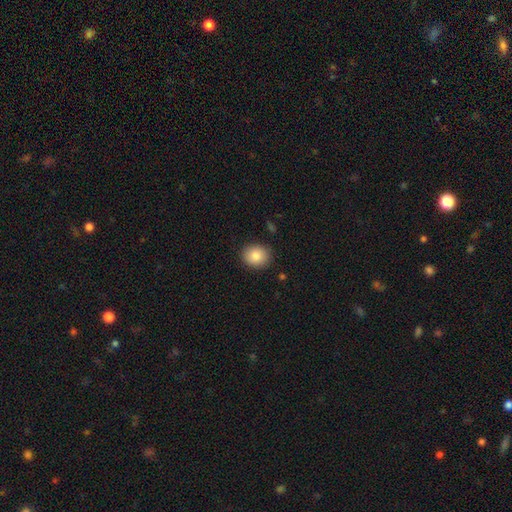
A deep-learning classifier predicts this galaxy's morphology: Smooth or featured? Predicted: smooth (p=0.84). How rounded? Predicted: round (p=0.66). Merging? Predicted: none (p=0.88).